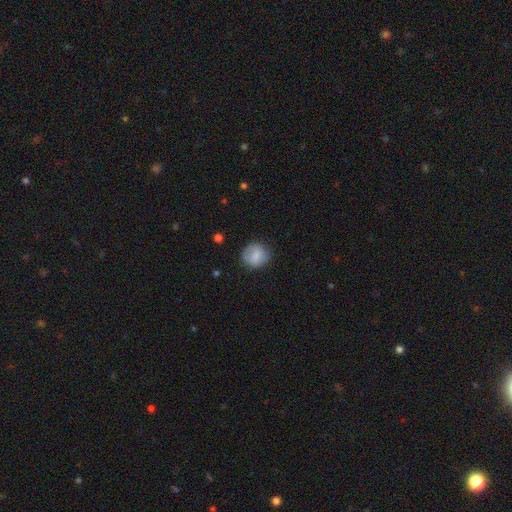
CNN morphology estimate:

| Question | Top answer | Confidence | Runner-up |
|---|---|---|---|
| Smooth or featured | smooth | 79% | featured or disk (13%) |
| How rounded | round | 82% | in between (17%) |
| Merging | none | 77% | minor disturbance (17%) |